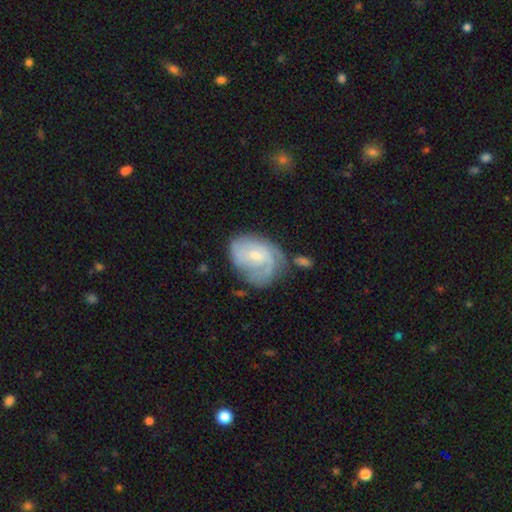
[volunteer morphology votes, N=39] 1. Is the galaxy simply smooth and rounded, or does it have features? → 79% featured or disk, 15% smooth, 5% star or artifact.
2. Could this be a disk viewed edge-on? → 97% no, 3% yes.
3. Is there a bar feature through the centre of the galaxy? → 50% weak, 47% no, 3% strong.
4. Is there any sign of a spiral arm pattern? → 97% yes, 3% no.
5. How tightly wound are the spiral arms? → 69% tight, 17% medium, 14% loose.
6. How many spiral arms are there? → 38% 2, 28% can't tell, 17% 1, 17% 3, 0% 4, 0% more than 4.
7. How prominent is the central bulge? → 57% small, 37% moderate, 7% dominant, 0% large, 0% none.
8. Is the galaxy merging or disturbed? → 41% none (tied), 41% minor disturbance (tied), 16% major disturbance, 3% merger.